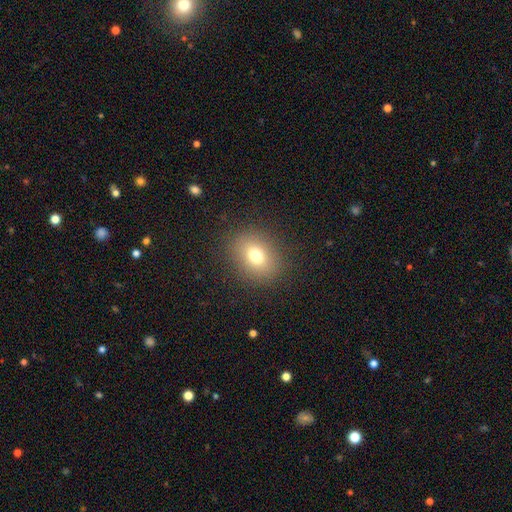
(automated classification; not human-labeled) Q: Smooth or featured?
A: smooth (73%); runner-up: star or artifact (14%)
Q: How rounded?
A: round (52%); runner-up: in between (47%)
Q: Merging?
A: none (87%); runner-up: minor disturbance (8%)